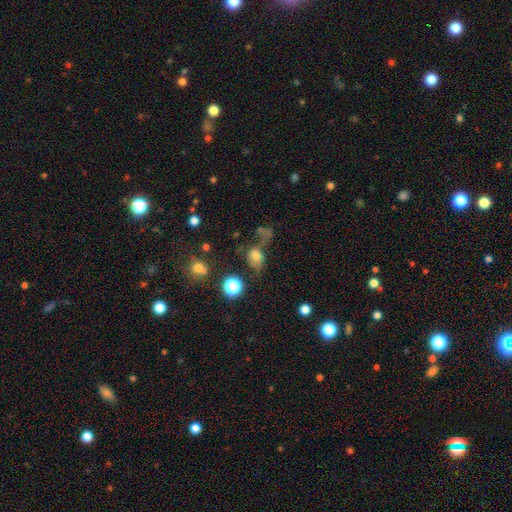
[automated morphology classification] type=smooth (60%); roundness=in between (63%); merging=major disturbance (31%).